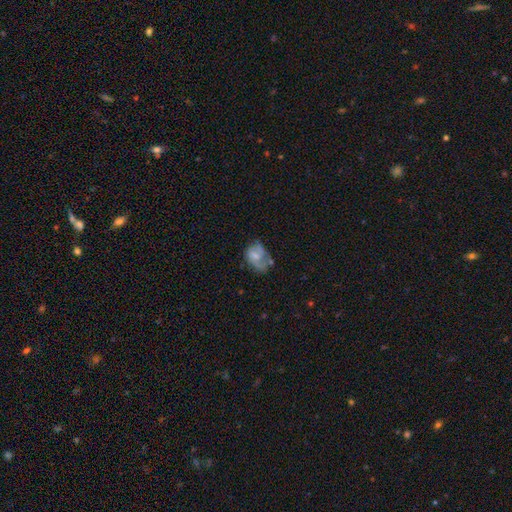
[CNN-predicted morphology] smooth_or_featured: featured or disk (p=0.48) [alt: smooth p=0.43]
merging: none (p=0.34) [alt: minor disturbance p=0.31]